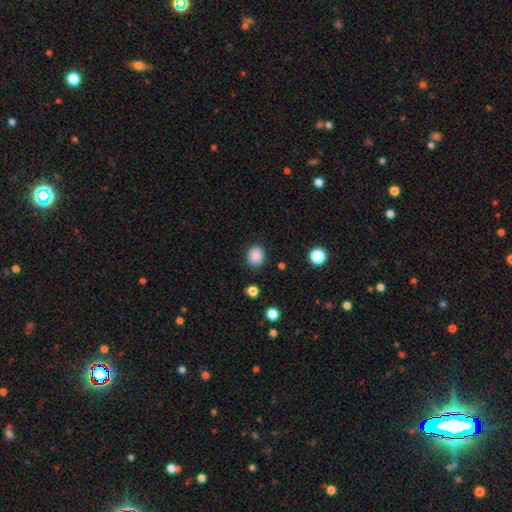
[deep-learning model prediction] The model was most divided on "how rounded": round: 73%, in between: 27%, cigar-shaped: 1%. More confident: smooth or featured — smooth (88%); merging — none (87%).